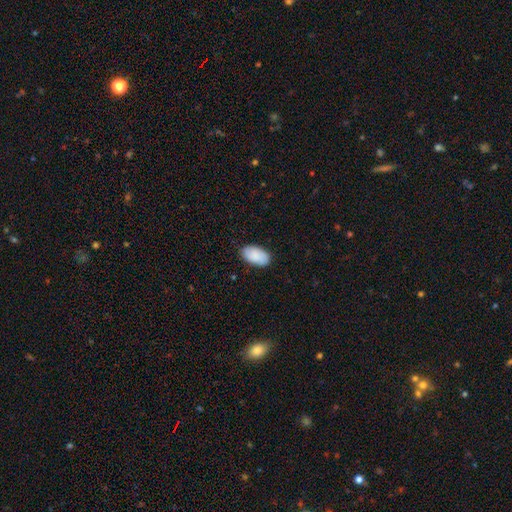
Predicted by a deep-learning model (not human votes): Morphology: type=smooth (89%); roundness=in between (95%); merging=none (85%).